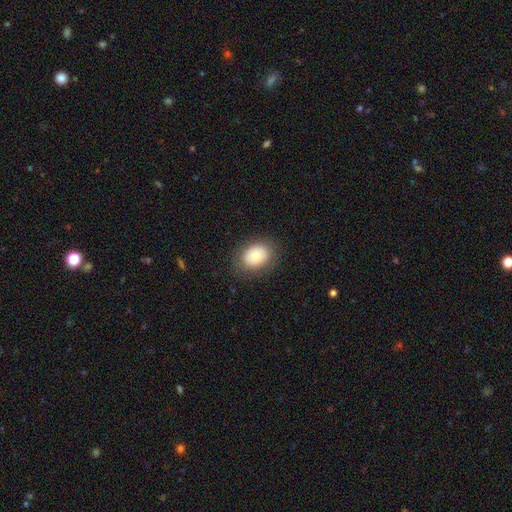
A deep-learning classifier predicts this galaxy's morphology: smooth_or_featured: smooth (p=0.78) [alt: featured or disk p=0.14]
how_rounded: in between (p=0.60) [alt: round p=0.39]
merging: none (p=0.84) [alt: minor disturbance p=0.11]